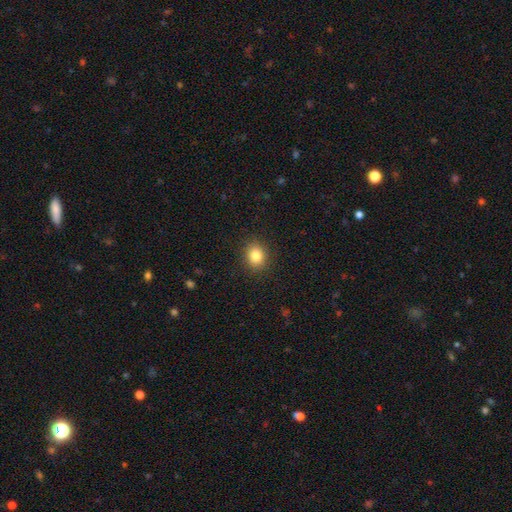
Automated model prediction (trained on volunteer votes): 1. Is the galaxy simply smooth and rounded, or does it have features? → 84% smooth, 10% star or artifact, 6% featured or disk.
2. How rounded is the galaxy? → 65% round, 35% in between, 1% cigar-shaped.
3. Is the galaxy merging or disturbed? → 90% none, 7% minor disturbance, 2% major disturbance, 1% merger.